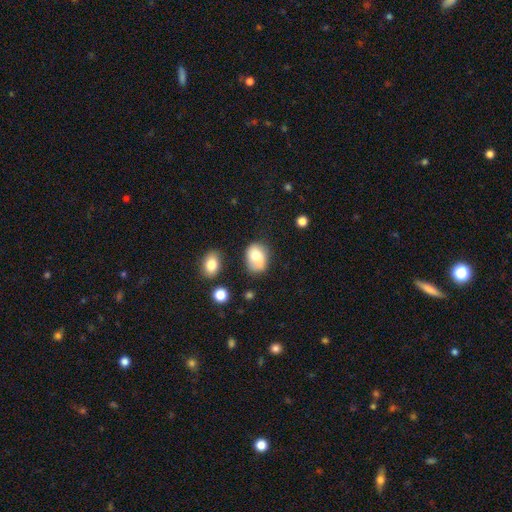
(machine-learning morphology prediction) smooth_or_featured: smooth (p=0.75) [alt: featured or disk p=0.16]
how_rounded: in between (p=0.66) [alt: round p=0.33]
merging: none (p=0.59) [alt: minor disturbance p=0.27]